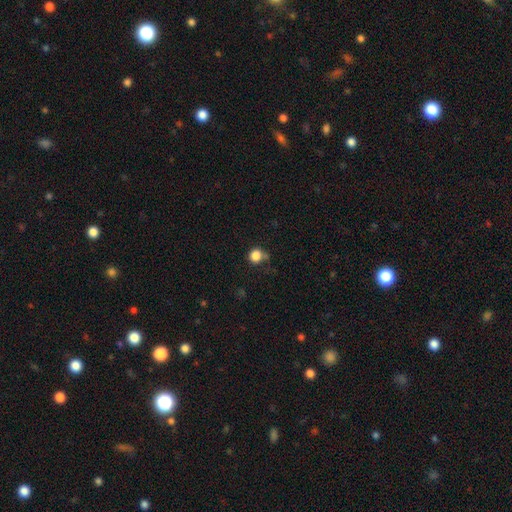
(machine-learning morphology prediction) smooth-or-featured: smooth: 84% | star or artifact: 11% | featured or disk: 5%
  how-rounded: round: 87% | in between: 12% | cigar-shaped: 1%
  merging: none: 65% | minor disturbance: 20% | merger: 8% | major disturbance: 7%